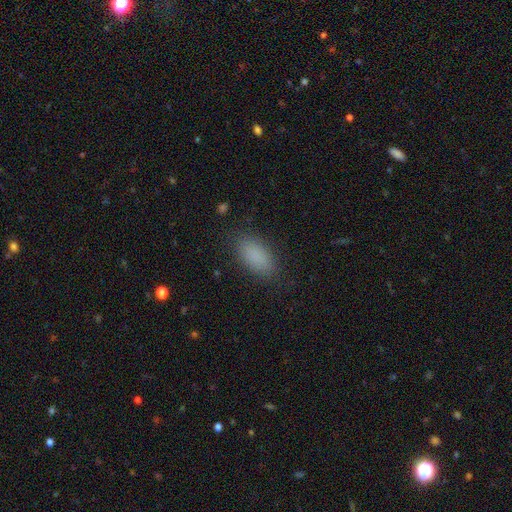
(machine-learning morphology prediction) Smooth or featured? Predicted: smooth (p=0.87). How rounded? Predicted: in between (p=0.90). Merging? Predicted: none (p=0.85).